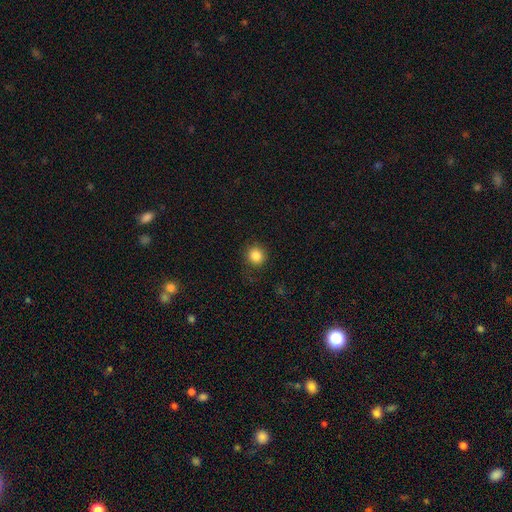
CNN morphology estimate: Smooth or featured?
  - smooth: 84% *
  - star or artifact: 11%
  - featured or disk: 5%
How rounded?
  - round: 92% *
  - in between: 7%
  - cigar-shaped: 1%
Merging?
  - none: 87% *
  - minor disturbance: 8%
  - major disturbance: 3%
  - merger: 1%